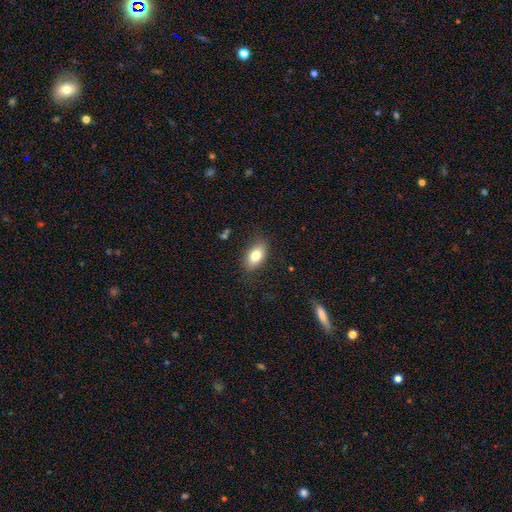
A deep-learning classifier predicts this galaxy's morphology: Smooth or featured? Predicted: smooth (p=0.79). How rounded? Predicted: in between (p=0.89). Merging? Predicted: none (p=0.82).